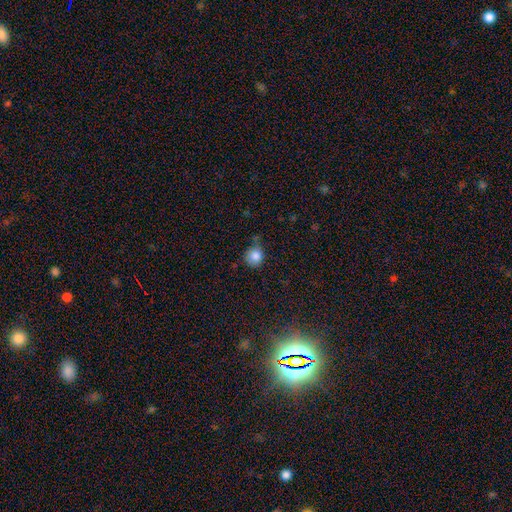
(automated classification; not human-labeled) Smooth or featured: smooth — 84% (star or artifact — 10%)
How rounded: round — 84% (in between — 15%)
Merging: none — 60% (minor disturbance — 28%)